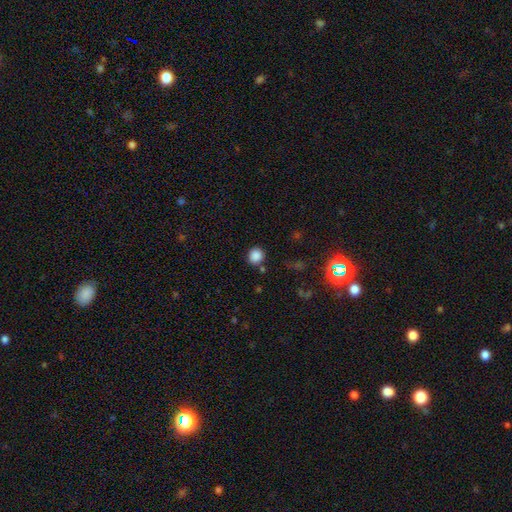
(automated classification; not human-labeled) Smooth or featured? smooth (85%)
How rounded? round (88%)
Merging? none (84%)